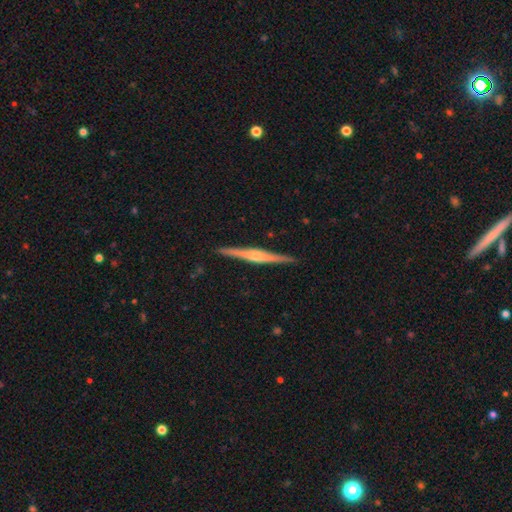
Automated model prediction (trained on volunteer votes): Smooth or featured? featured or disk (77%)
Edge-on disk? yes (98%)
Edge-on bulge? rounded (74%)
Merging? none (91%)